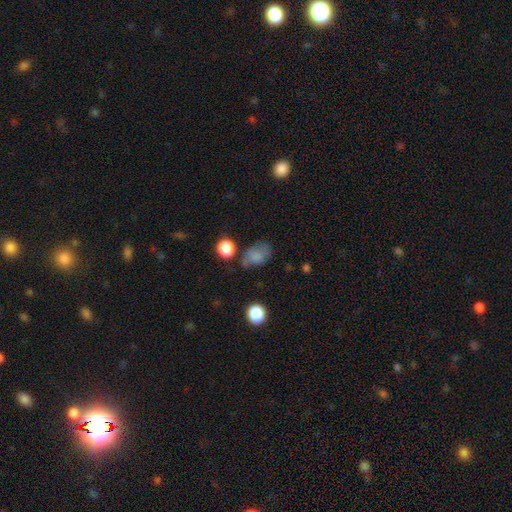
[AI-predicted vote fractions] This appears to be a smooth galaxy with no disk features (78%) that is in between round and cigar-shaped (76%). Merging: none (45%).